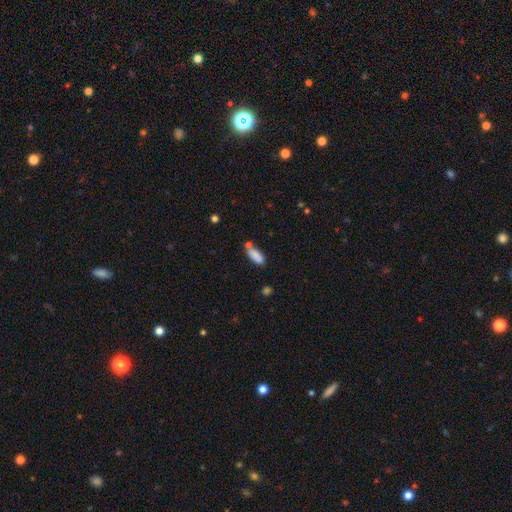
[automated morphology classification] smooth 85%, star or artifact 8%, featured or disk 7%. Down the decision tree: how rounded — in between (81%); merging — none (56%).